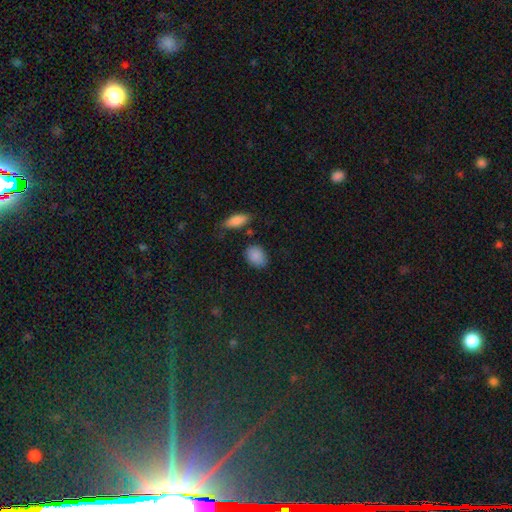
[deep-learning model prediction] This appears to be a smooth galaxy with no disk features (87%) that is in between round and cigar-shaped (68%). Merging: none (78%).